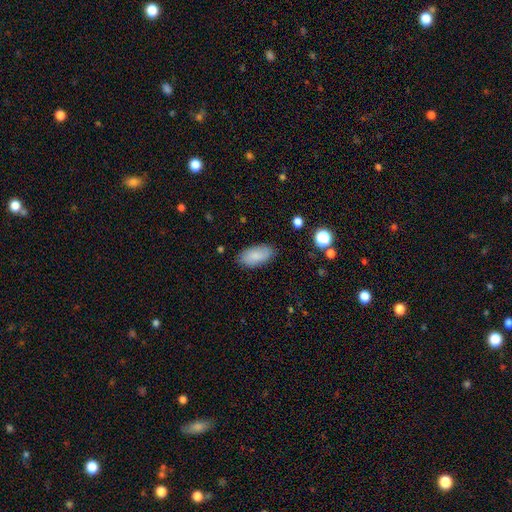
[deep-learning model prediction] Smooth or featured? Predicted: smooth (p=0.83). How rounded? Predicted: in between (p=0.92). Merging? Predicted: none (p=0.84).